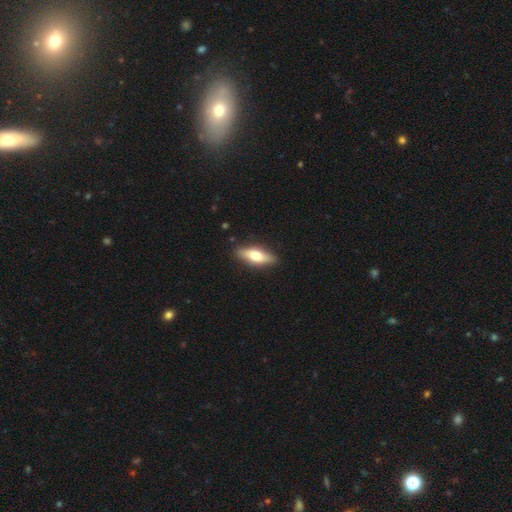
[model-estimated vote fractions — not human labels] Overall: smooth (60%; featured or disk 34%). How rounded: in between (61%; cigar-shaped 36%). Merging: none (87%).